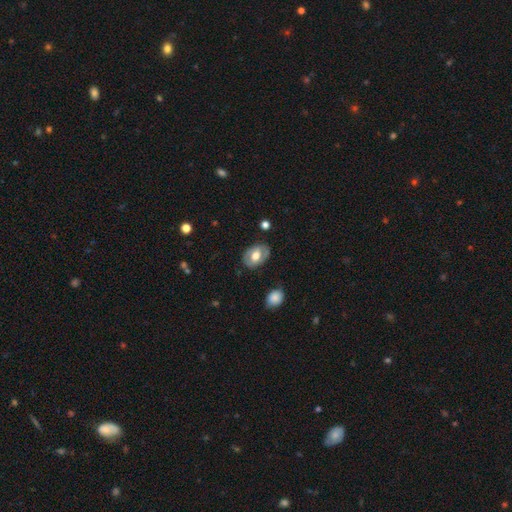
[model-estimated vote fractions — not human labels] Overall: smooth (49%; featured or disk 44%). Merging: none (77%).